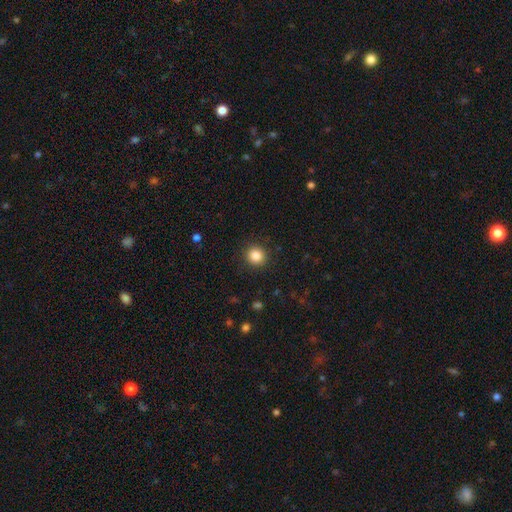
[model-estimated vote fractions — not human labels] This is clearly a smooth galaxy (85%). How rounded: clearly round (91%). Merging: clearly none (91%).